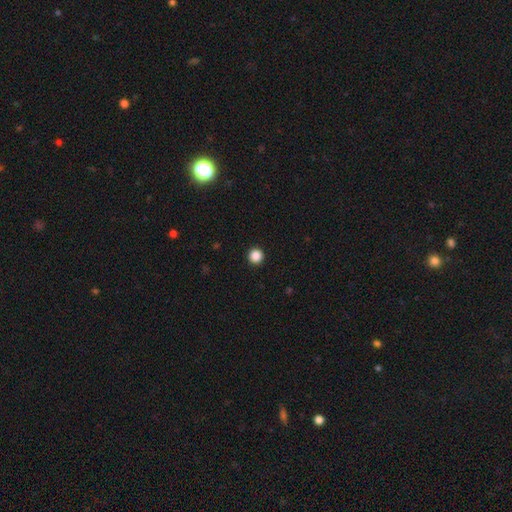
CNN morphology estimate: Q: Smooth or featured?
A: smooth (87%); runner-up: star or artifact (10%)
Q: How rounded?
A: round (96%); runner-up: in between (3%)
Q: Merging?
A: none (94%); runner-up: minor disturbance (4%)